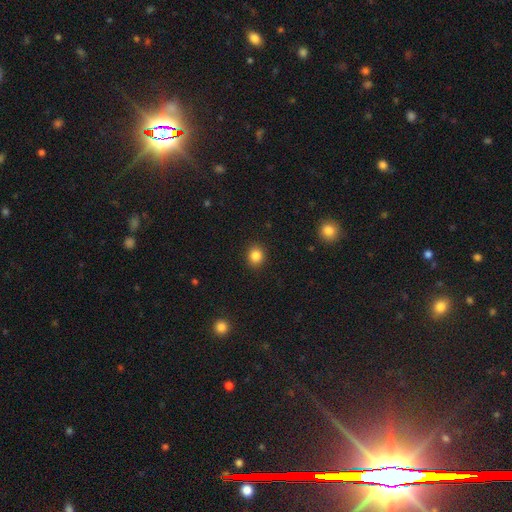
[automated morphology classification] Smooth or featured?
  - smooth: 85% *
  - star or artifact: 11%
  - featured or disk: 4%
How rounded?
  - round: 77% *
  - in between: 22%
  - cigar-shaped: 1%
Merging?
  - none: 91% *
  - minor disturbance: 6%
  - major disturbance: 2%
  - merger: 1%